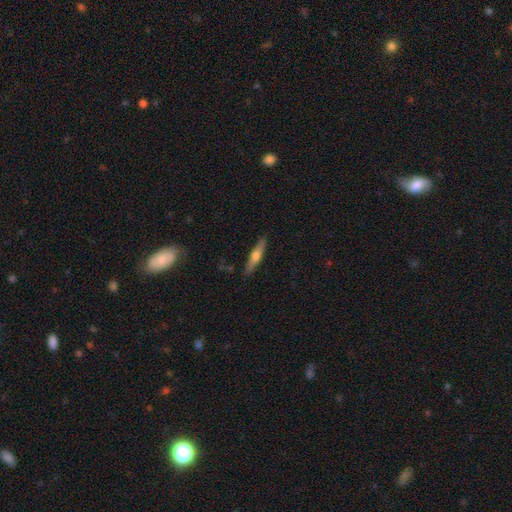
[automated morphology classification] featured or disk 53%, smooth 41%, star or artifact 6%. Down the decision tree: edge-on disk — yes (95%); edge-on bulge — rounded (91%); merging — none (89%).